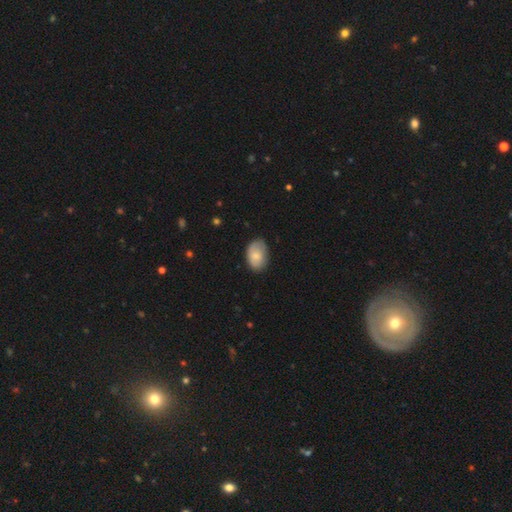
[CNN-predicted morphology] Smooth or featured: smooth — 79% (featured or disk — 15%)
How rounded: in between — 87% (round — 12%)
Merging: none — 74% (minor disturbance — 21%)